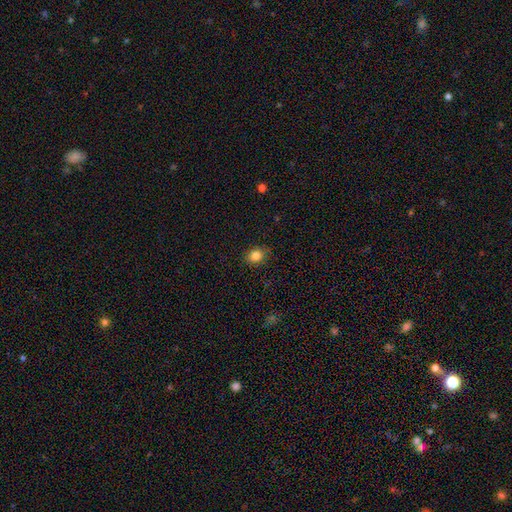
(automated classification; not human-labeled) Morphology: type=smooth (84%); roundness=round (63%); merging=none (87%).